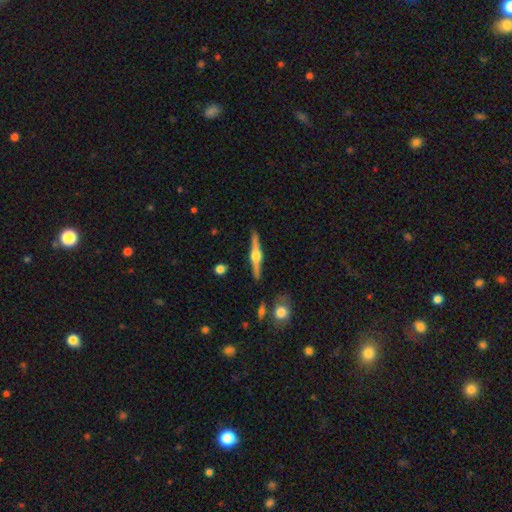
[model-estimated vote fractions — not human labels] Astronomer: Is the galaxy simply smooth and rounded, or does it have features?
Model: featured or disk — 82%.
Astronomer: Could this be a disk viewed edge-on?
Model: yes — 98%.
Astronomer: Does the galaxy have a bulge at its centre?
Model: rounded — 95%.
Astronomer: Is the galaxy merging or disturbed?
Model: none — 90%.